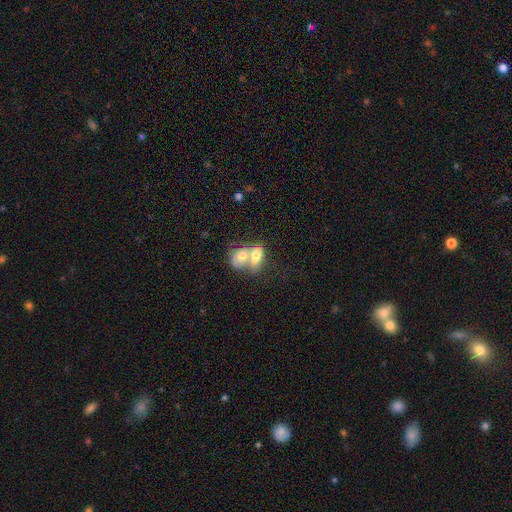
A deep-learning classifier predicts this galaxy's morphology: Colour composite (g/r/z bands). It shows a smooth galaxy with no disk features (68%) that is in between round and cigar-shaped (82%). Merging: merger (75%).